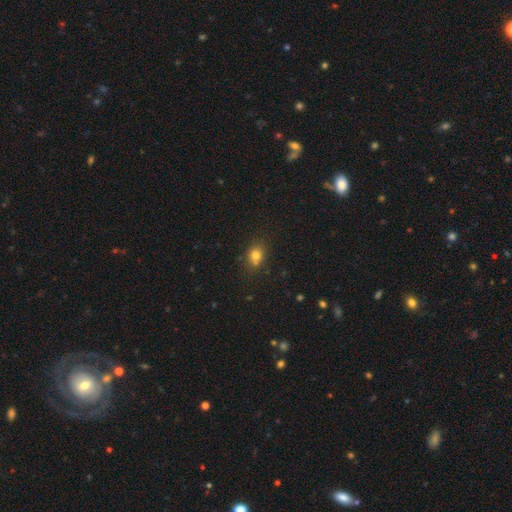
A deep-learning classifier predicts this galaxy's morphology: type=smooth (76%); roundness=round (52%); merging=none (62%).